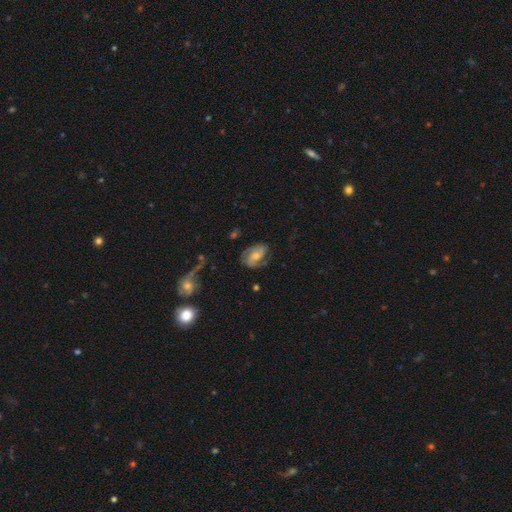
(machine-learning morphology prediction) This appears to be a featured or disk galaxy (75%) with no bar (54%), 2 (77%) medium (45%) spiral arms (93%) and a moderate central bulge (51%). Merging: none (70%).